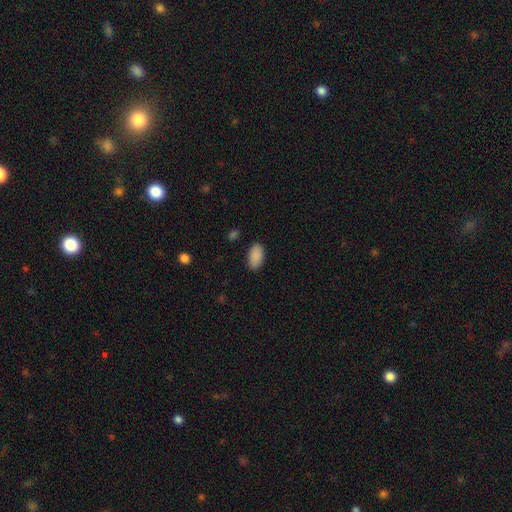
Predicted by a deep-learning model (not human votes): A smooth galaxy with no disk features (90%) that is in between round and cigar-shaped (94%).

Vote fractions:
- Smooth or featured? smooth: 90% / star or artifact: 7% / featured or disk: 3%
- How rounded? in between: 94% / round: 4% / cigar-shaped: 2%
- Merging? none: 86% / minor disturbance: 10% / major disturbance: 2% / merger: 1%